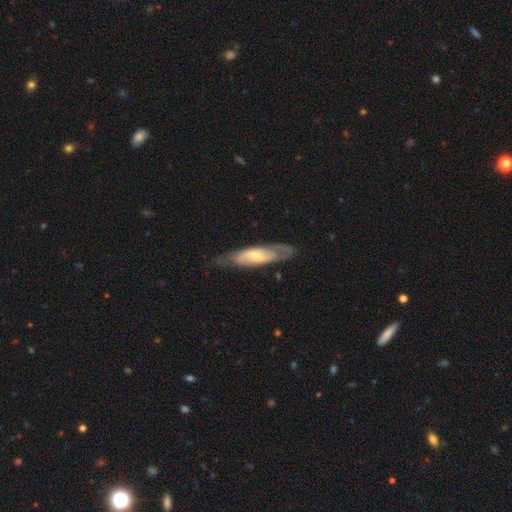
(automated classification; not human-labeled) Smooth or featured?
  - featured or disk: 56% *
  - smooth: 38%
  - star or artifact: 6%
Edge-on disk?
  - no: 69% *
  - yes: 31%
Merging?
  - none: 66% *
  - minor disturbance: 23%
  - major disturbance: 9%
  - merger: 2%